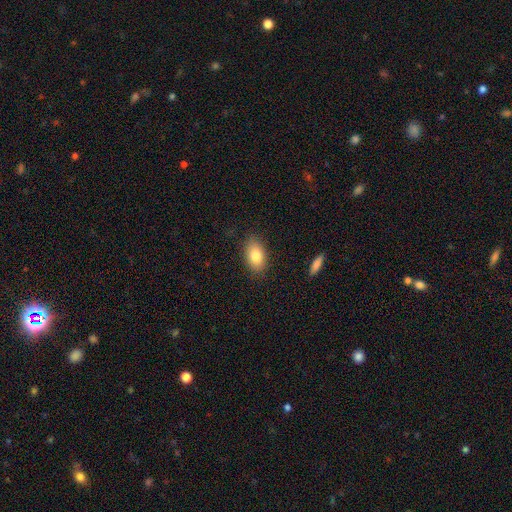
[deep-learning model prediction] This appears to be a smooth galaxy with no disk features (83%) that is in between round and cigar-shaped (91%). Merging: none (85%).